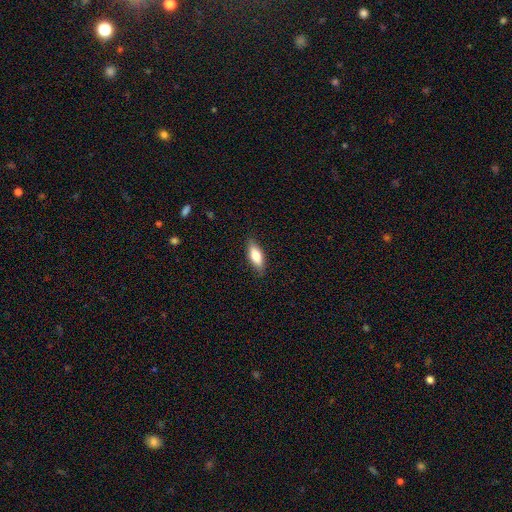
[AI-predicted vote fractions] Smooth or featured? Predicted: smooth (p=0.76). How rounded? Predicted: in between (p=0.71). Merging? Predicted: none (p=0.84).